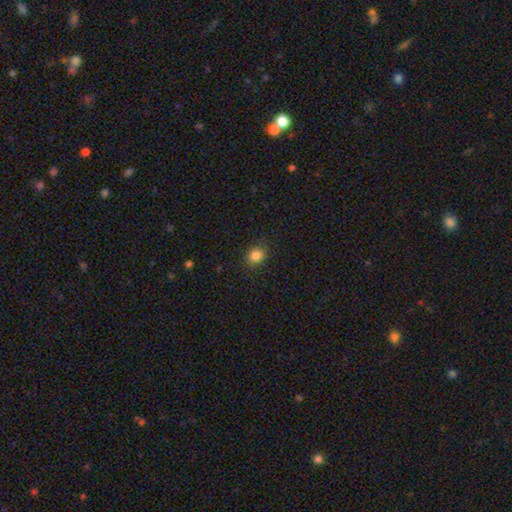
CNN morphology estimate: Smooth or featured? smooth (84%)
How rounded? round (73%)
Merging? none (85%)